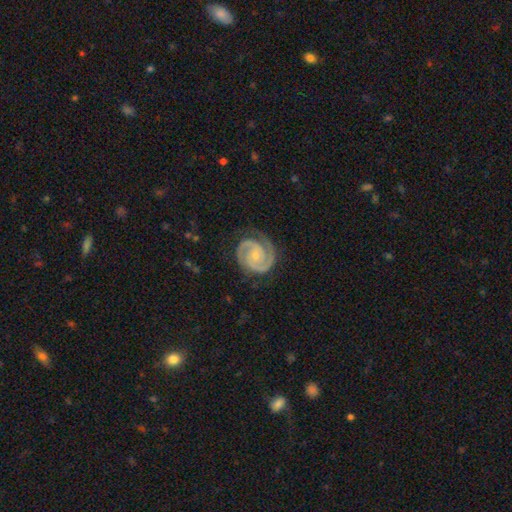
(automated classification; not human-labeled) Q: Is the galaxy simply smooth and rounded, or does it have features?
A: featured or disk — 92%.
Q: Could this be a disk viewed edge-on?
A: no — 98%.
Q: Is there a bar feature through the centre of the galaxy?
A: no — 70%.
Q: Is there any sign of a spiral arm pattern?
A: yes — 99%.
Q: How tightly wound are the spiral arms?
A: tight — 68%.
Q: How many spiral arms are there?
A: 2 — 91%.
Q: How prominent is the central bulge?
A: small — 69%.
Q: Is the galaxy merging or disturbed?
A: none — 81%.